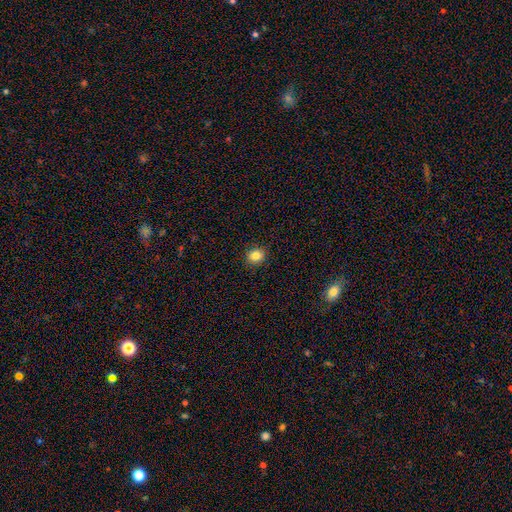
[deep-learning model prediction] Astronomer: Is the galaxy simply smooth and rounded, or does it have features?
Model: smooth — 84%.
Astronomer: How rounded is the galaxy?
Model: round — 76%.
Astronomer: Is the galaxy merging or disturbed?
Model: none — 89%.